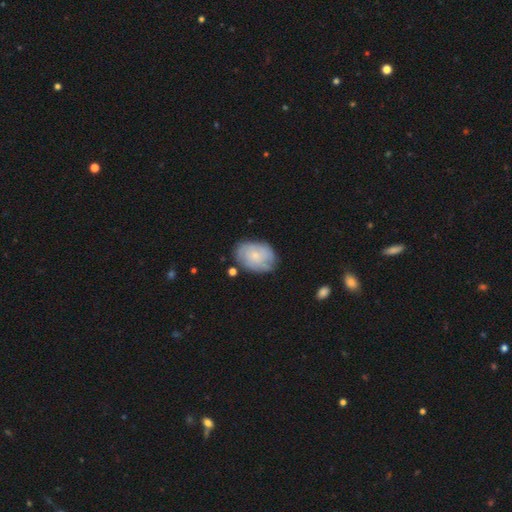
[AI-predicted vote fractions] A featured or disk galaxy (49%).

Vote fractions:
- Smooth or featured? featured or disk: 49% / smooth: 44% / star or artifact: 7%
- Merging? none: 70% / minor disturbance: 21% / major disturbance: 6% / merger: 3%